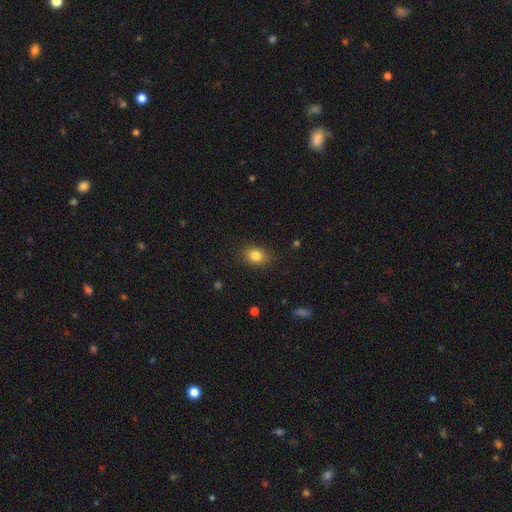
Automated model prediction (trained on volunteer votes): This appears to be a smooth galaxy with no disk features (84%) that is in between round and cigar-shaped (64%). Merging: none (86%).